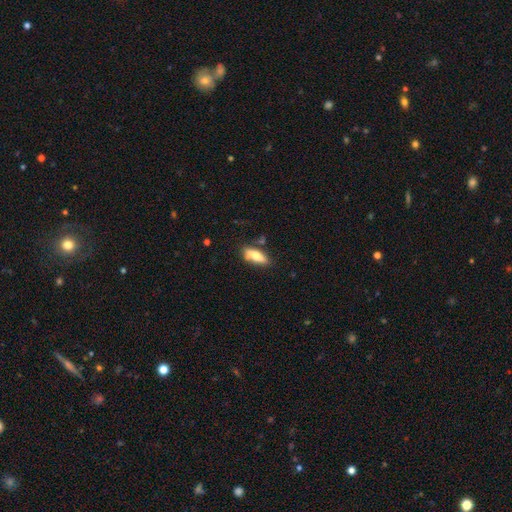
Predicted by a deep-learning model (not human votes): smooth 71%, featured or disk 23%, star or artifact 7%. Down the decision tree: how rounded — in between (71%); merging — none (64%).